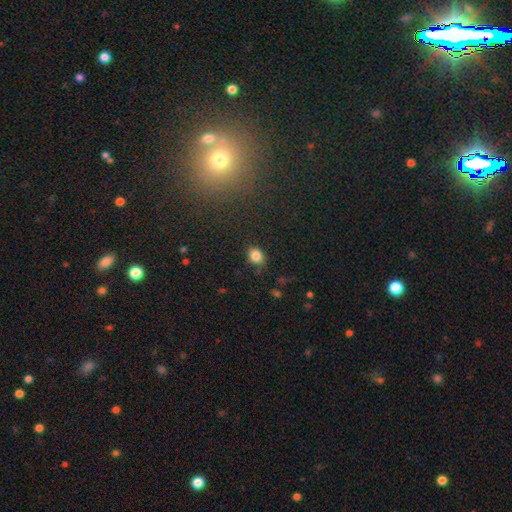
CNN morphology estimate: Smooth or featured?
  - smooth: 84% *
  - star or artifact: 11%
  - featured or disk: 6%
How rounded?
  - in between: 50% *
  - round: 49%
  - cigar-shaped: 1%
Merging?
  - none: 81% *
  - minor disturbance: 14%
  - major disturbance: 3%
  - merger: 2%